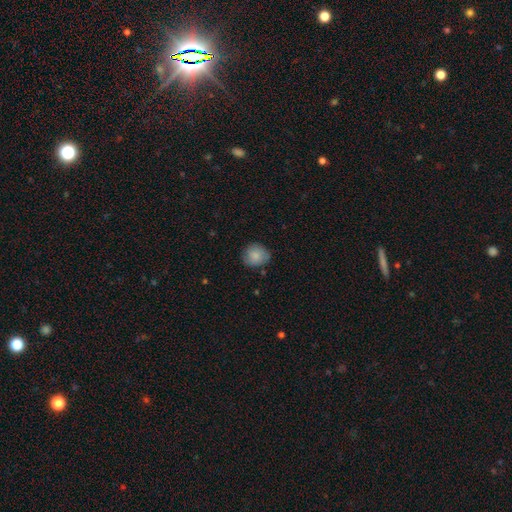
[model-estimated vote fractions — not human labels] Morphology: type=smooth (85%); roundness=round (80%); merging=none (78%).